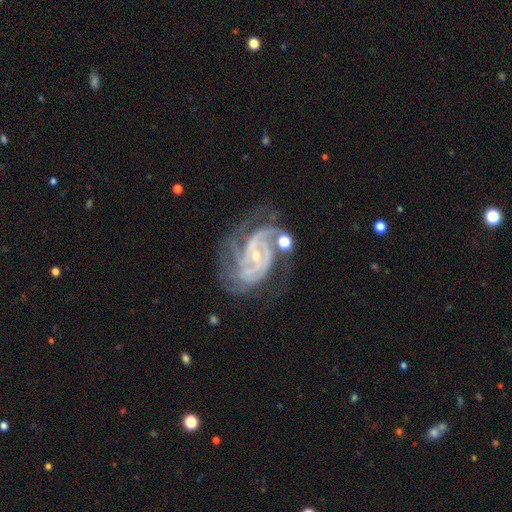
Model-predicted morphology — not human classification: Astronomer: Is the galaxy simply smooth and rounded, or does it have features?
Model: featured or disk — 91%.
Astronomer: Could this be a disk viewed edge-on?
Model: no — 97%.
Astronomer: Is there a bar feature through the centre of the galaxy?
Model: no — 47% (runner-up: weak, 35%).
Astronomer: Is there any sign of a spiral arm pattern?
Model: yes — 98%.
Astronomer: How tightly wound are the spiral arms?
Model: tight — 58% (runner-up: medium, 36%).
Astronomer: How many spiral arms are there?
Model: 3 — 33% (runner-up: 2, 30%).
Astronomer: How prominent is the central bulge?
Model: small — 76%.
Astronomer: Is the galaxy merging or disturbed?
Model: none — 55%.